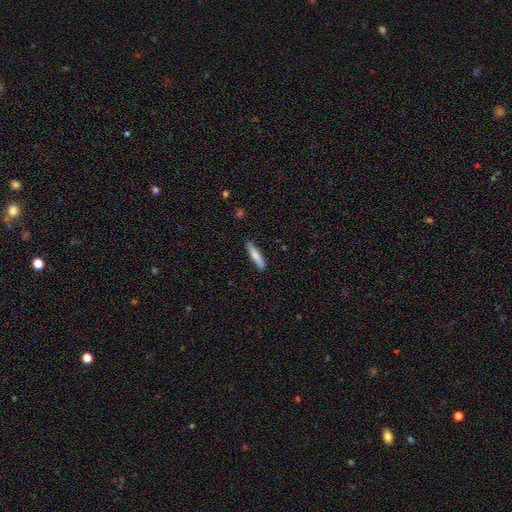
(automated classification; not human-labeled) This is likely a smooth galaxy (77%). How rounded: clearly cigar-shaped (88%). Merging: clearly none (89%).